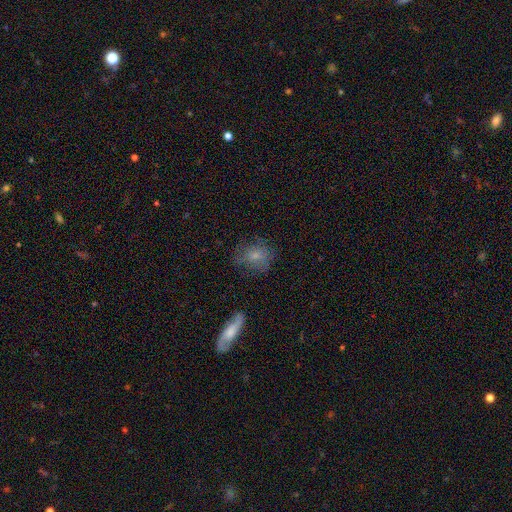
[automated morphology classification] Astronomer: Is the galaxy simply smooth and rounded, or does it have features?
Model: smooth — 69%.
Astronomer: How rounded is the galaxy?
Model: round — 59% (runner-up: in between, 39%).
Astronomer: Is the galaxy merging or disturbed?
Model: none — 64%.